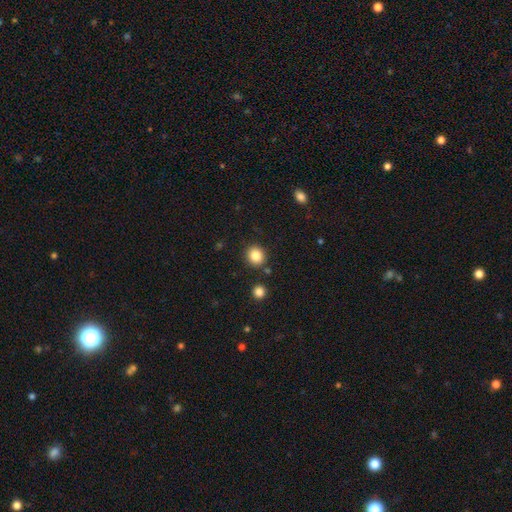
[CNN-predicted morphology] smooth-or-featured: smooth: 85% | star or artifact: 10% | featured or disk: 5%
  how-rounded: round: 85% | in between: 14% | cigar-shaped: 1%
  merging: none: 87% | minor disturbance: 7% | merger: 4% | major disturbance: 2%